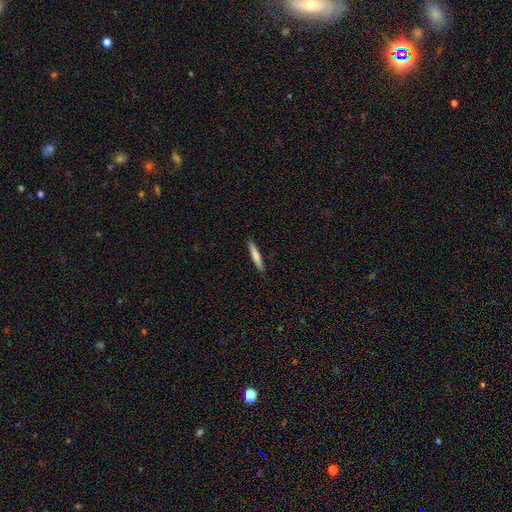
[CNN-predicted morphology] Smooth or featured?
  - smooth: 74% *
  - featured or disk: 20%
  - star or artifact: 6%
How rounded?
  - cigar-shaped: 94% *
  - in between: 5%
  - round: 1%
Merging?
  - none: 89% *
  - minor disturbance: 8%
  - major disturbance: 2%
  - merger: 1%